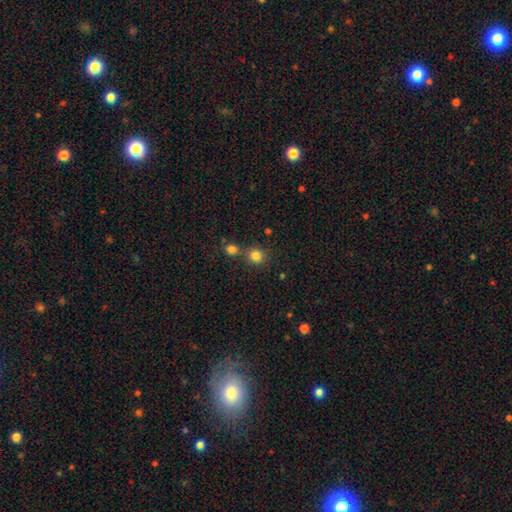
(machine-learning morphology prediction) A smooth galaxy with no disk features (82%) that is round (85%). Merging: none (63%).